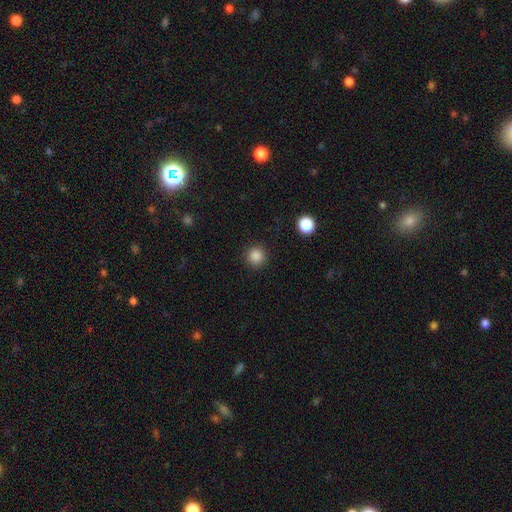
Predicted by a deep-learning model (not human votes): smooth-or-featured: smooth: 85% | star or artifact: 11% | featured or disk: 3%
  how-rounded: round: 94% | in between: 5% | cigar-shaped: 1%
  merging: none: 91% | minor disturbance: 6% | major disturbance: 2% | merger: 1%